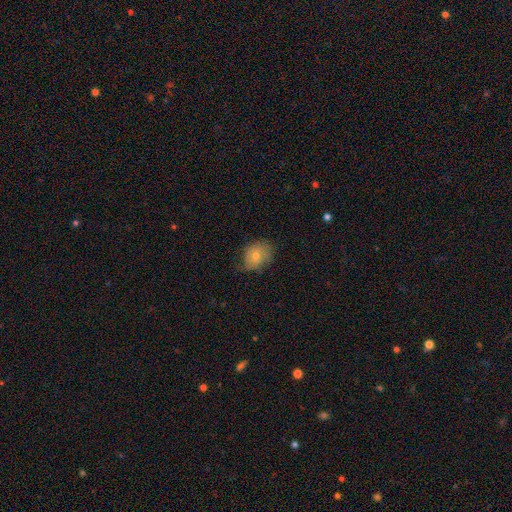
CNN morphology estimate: Smooth or featured?
  - smooth: 62% *
  - featured or disk: 27%
  - star or artifact: 11%
How rounded?
  - round: 51% *
  - in between: 48%
  - cigar-shaped: 1%
Merging?
  - none: 62% *
  - minor disturbance: 29%
  - major disturbance: 8%
  - merger: 1%